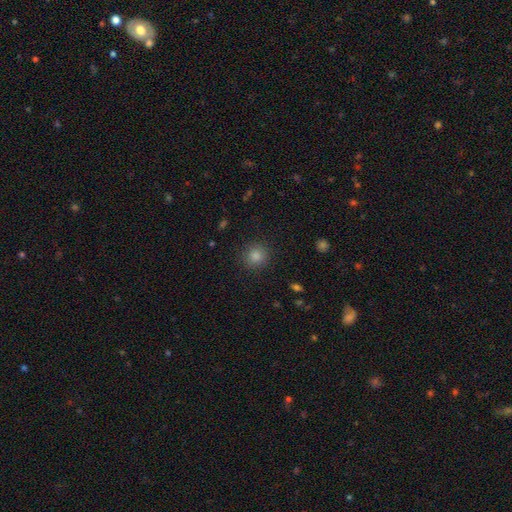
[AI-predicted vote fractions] smooth_or_featured: smooth (p=0.80) [alt: star or artifact p=0.15]
how_rounded: round (p=0.92) [alt: in between p=0.07]
merging: none (p=0.91) [alt: minor disturbance p=0.06]